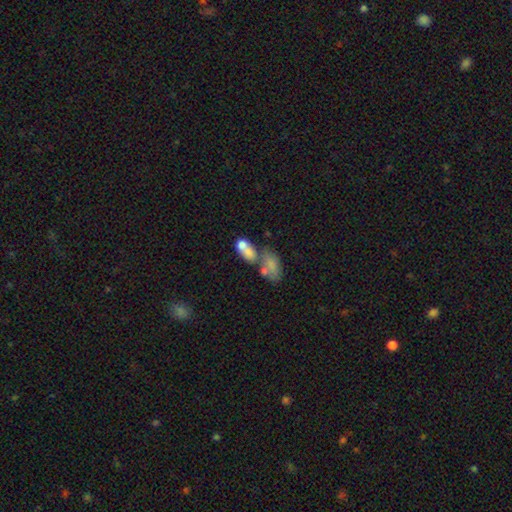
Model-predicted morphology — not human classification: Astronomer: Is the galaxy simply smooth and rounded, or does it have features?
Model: smooth — 42% (runner-up: star or artifact, 32%).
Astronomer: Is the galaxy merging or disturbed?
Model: none — 46% (runner-up: merger, 32%).